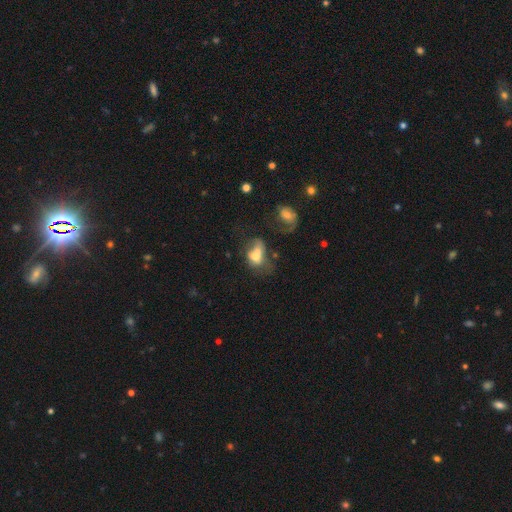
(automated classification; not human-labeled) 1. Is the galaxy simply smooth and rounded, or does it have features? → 53% smooth, 36% featured or disk, 11% star or artifact.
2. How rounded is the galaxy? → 70% in between, 28% round, 2% cigar-shaped.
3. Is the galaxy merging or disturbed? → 50% merger, 22% major disturbance, 16% none, 12% minor disturbance.